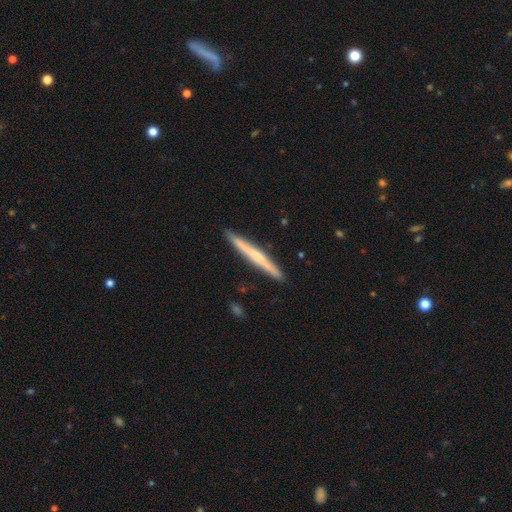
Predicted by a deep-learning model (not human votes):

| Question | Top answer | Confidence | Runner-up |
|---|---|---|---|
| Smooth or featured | featured or disk | 49% | smooth (45%) |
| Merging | none | 91% | minor disturbance (6%) |